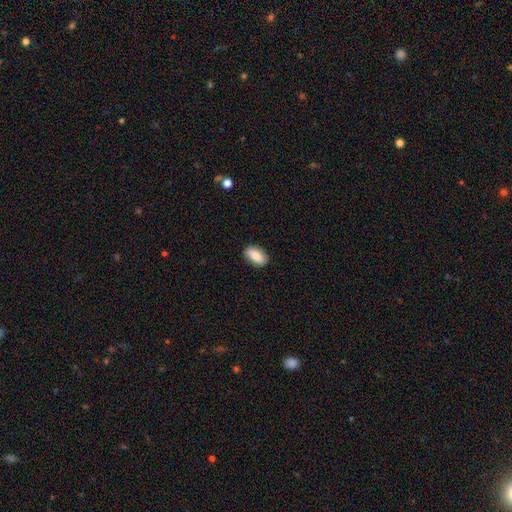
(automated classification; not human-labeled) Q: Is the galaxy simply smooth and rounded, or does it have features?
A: smooth — 81%.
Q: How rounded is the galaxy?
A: in between — 91%.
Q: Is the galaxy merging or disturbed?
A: none — 87%.